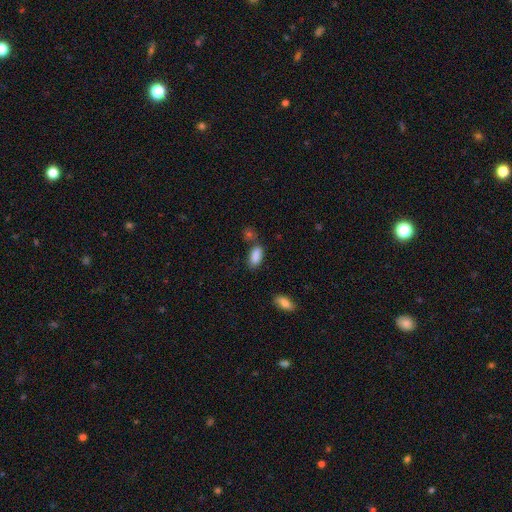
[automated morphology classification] Q: Smooth or featured?
A: smooth (87%); runner-up: star or artifact (8%)
Q: How rounded?
A: in between (89%); runner-up: cigar-shaped (8%)
Q: Merging?
A: none (70%); runner-up: minor disturbance (17%)